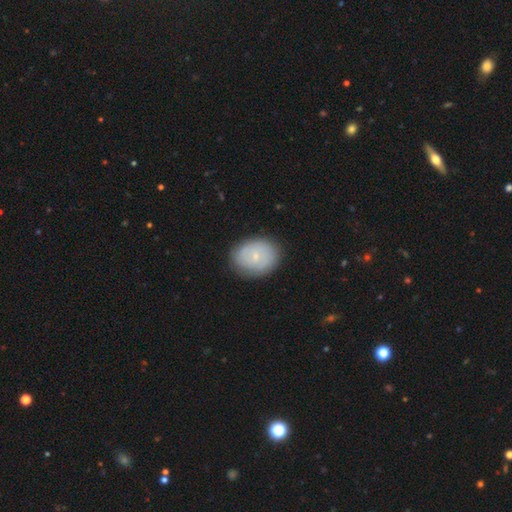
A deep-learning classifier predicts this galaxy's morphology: Smooth or featured? Predicted: smooth (p=0.52). How rounded? Predicted: round (p=0.50). Merging? Predicted: none (p=0.82).